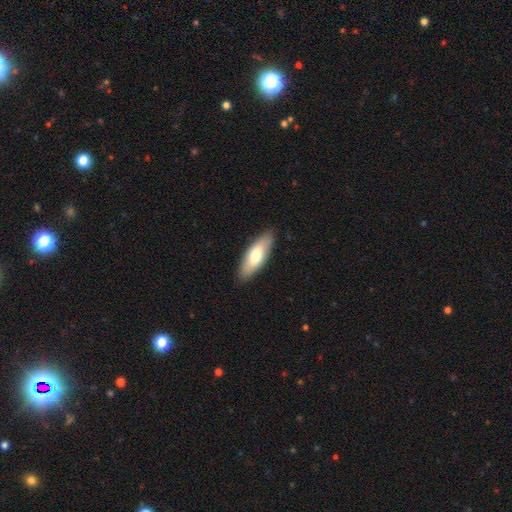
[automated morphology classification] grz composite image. It shows a smooth galaxy with no disk features (70%) that is in between round and cigar-shaped (63%). Merging: none (87%).